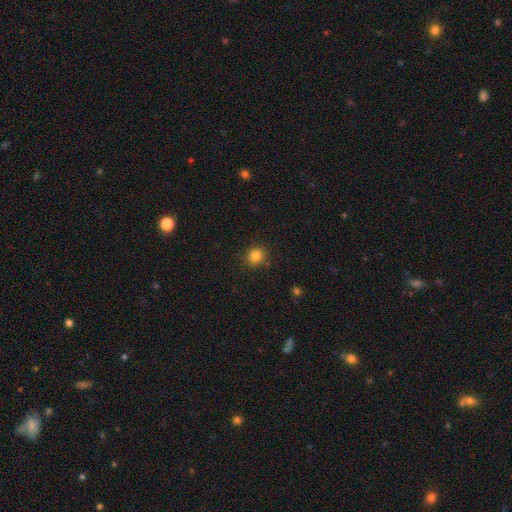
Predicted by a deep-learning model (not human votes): Smooth or featured: smooth — 83% (star or artifact — 12%)
How rounded: round — 86% (in between — 14%)
Merging: none — 85% (minor disturbance — 10%)